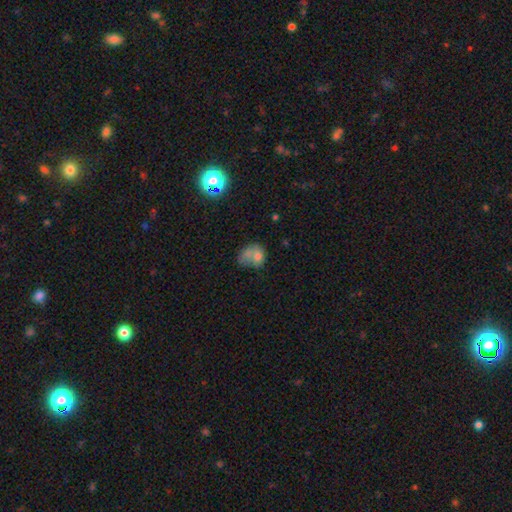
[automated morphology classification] smooth 67%, featured or disk 21%, star or artifact 12%. Down the decision tree: how rounded — in between (55%); merging — merger (44%).